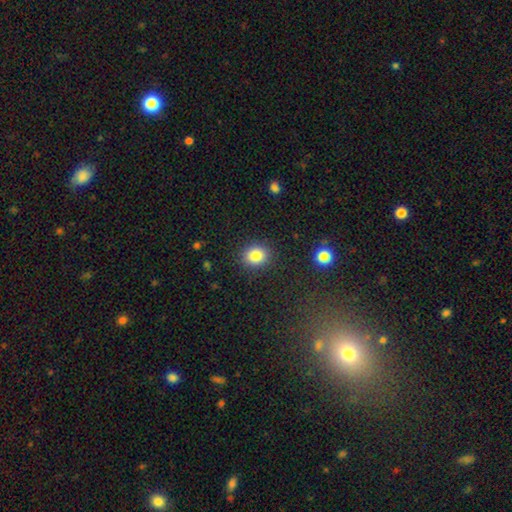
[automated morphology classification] This appears to be a smooth galaxy with no disk features (83%) that is round (72%). Merging: none (89%).